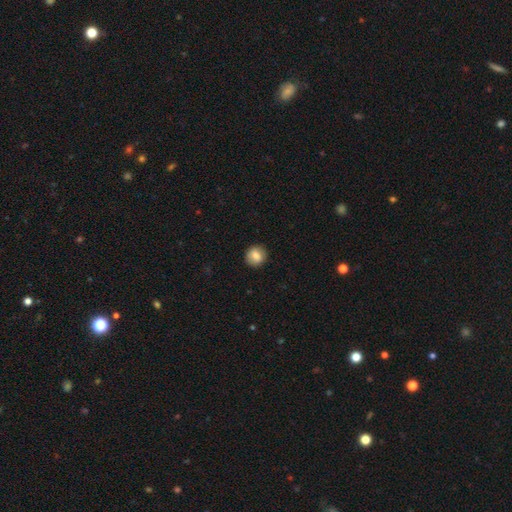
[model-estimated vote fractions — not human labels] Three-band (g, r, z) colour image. It shows a smooth galaxy with no disk features (81%) that is round (87%). Merging: none (90%).